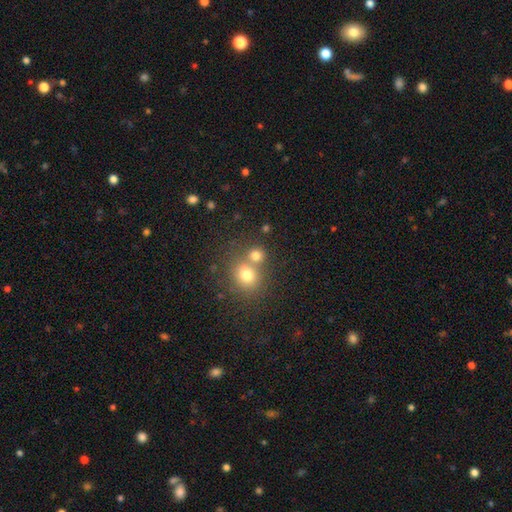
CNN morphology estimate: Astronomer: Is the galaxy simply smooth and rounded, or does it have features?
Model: smooth — 75%.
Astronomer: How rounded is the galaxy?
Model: round — 79%.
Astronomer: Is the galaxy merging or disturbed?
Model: none — 48% (runner-up: merger, 41%).